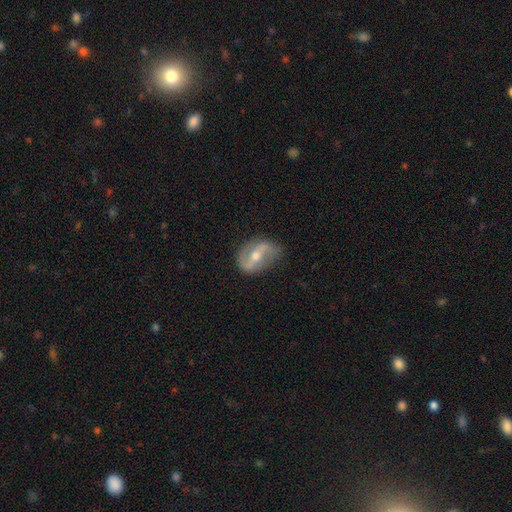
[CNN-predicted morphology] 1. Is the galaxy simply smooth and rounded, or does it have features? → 81% featured or disk, 13% smooth, 6% star or artifact.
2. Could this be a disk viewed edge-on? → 96% no, 4% yes.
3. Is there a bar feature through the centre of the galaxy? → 43% strong, 38% weak, 19% no.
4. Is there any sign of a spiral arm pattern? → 87% yes, 13% no.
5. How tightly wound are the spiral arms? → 57% loose, 31% medium, 12% tight.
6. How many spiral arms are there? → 89% 2, 5% can't tell, 4% 1, 1% 3, 1% 4, 1% more than 4.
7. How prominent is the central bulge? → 60% moderate, 35% small, 2% large, 1% none, 1% dominant.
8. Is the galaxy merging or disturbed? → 73% none, 19% minor disturbance, 6% major disturbance, 2% merger.